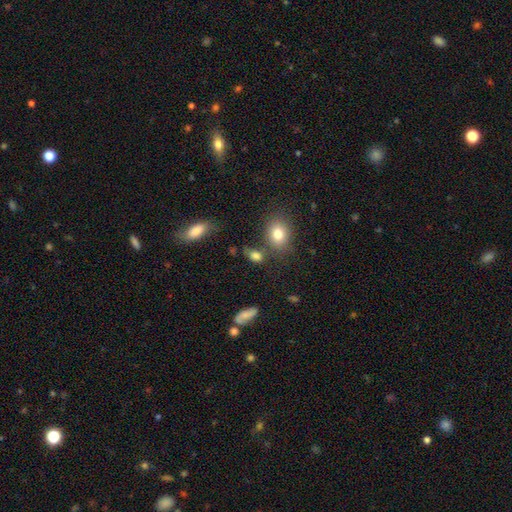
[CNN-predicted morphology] Q: Smooth or featured?
A: smooth (79%); runner-up: star or artifact (13%)
Q: How rounded?
A: in between (66%); runner-up: round (30%)
Q: Merging?
A: none (61%); runner-up: minor disturbance (17%)